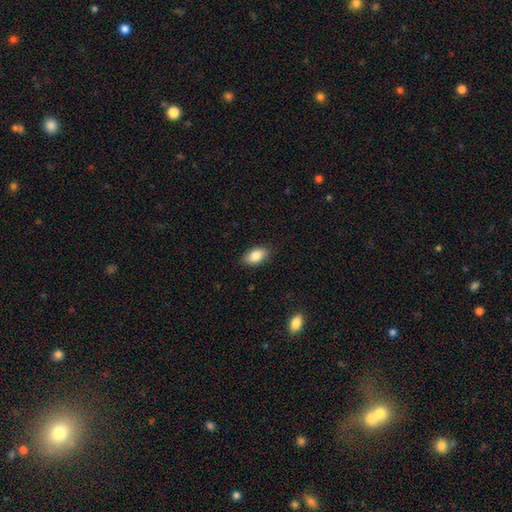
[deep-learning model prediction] Smooth or featured?
  - smooth: 85% *
  - featured or disk: 8%
  - star or artifact: 7%
How rounded?
  - in between: 92% *
  - round: 5%
  - cigar-shaped: 3%
Merging?
  - none: 87% *
  - minor disturbance: 10%
  - major disturbance: 2%
  - merger: 1%